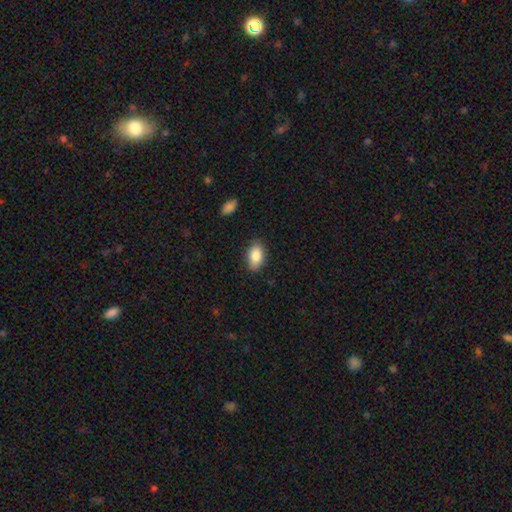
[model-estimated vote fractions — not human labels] This appears to be a smooth galaxy with no disk features (86%) that is in between round and cigar-shaped (91%). Merging: none (82%).